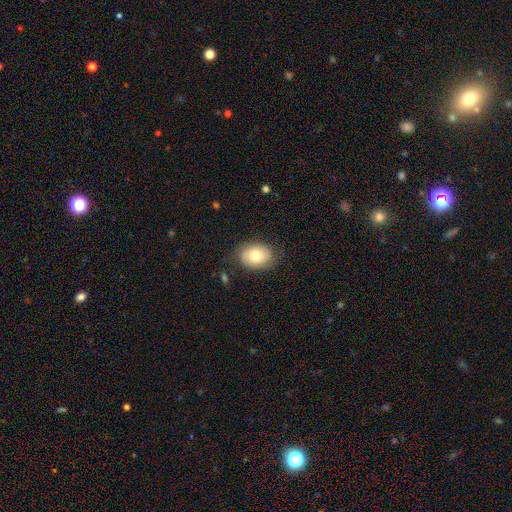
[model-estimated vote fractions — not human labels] Q: Smooth or featured?
A: smooth (74%); runner-up: featured or disk (18%)
Q: How rounded?
A: in between (68%); runner-up: round (31%)
Q: Merging?
A: none (79%); runner-up: minor disturbance (15%)